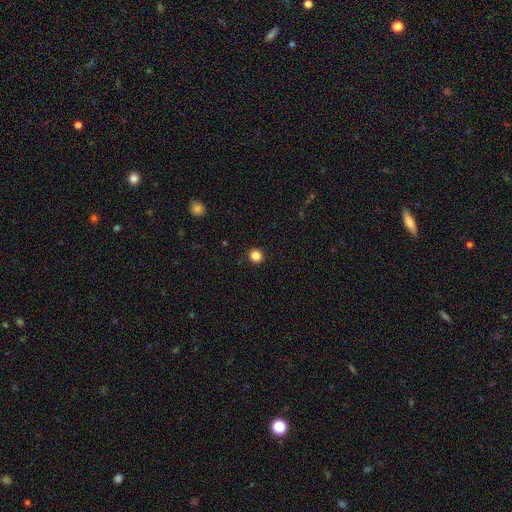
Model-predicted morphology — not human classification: Q: Smooth or featured?
A: smooth (85%); runner-up: star or artifact (12%)
Q: How rounded?
A: round (89%); runner-up: in between (10%)
Q: Merging?
A: none (93%); runner-up: minor disturbance (5%)